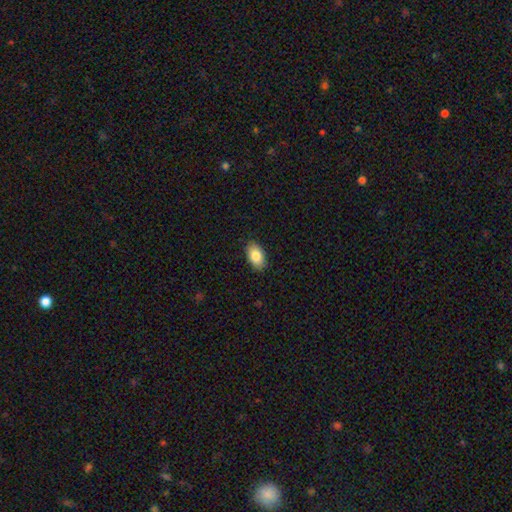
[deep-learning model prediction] Smooth or featured?
  - smooth: 85% *
  - featured or disk: 8%
  - star or artifact: 7%
How rounded?
  - in between: 92% *
  - round: 6%
  - cigar-shaped: 2%
Merging?
  - none: 88% *
  - minor disturbance: 9%
  - major disturbance: 2%
  - merger: 1%